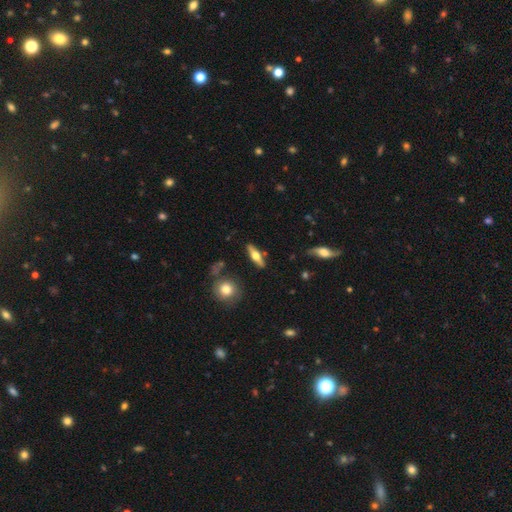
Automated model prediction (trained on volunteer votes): This is possibly a featured or disk galaxy (56%). It is clearly viewed edge-on (92%). Edge-on bulge: clearly rounded (95%). Merging: clearly none (85%).